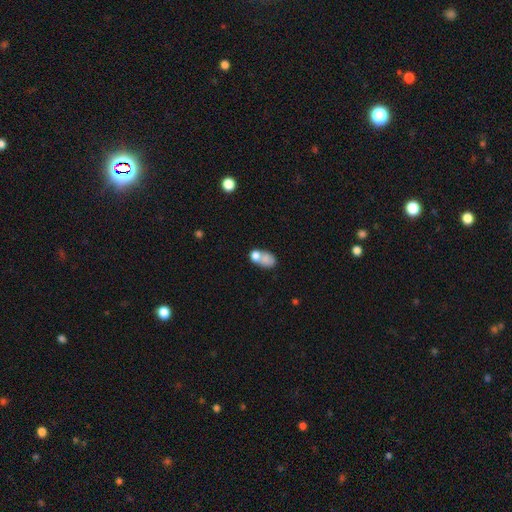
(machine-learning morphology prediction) Smooth or featured? Predicted: smooth (p=0.72). How rounded? Predicted: in between (p=0.71). Merging? Predicted: merger (p=0.55).